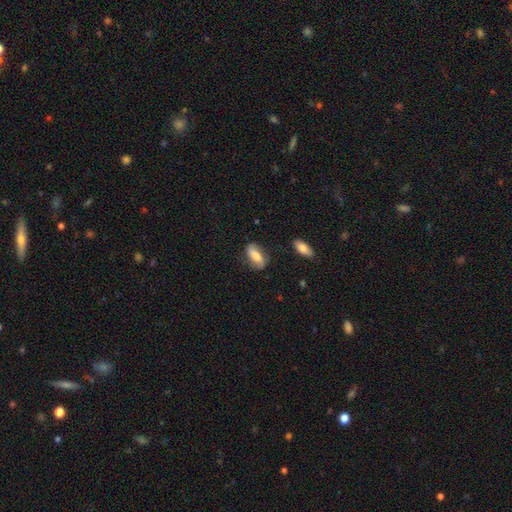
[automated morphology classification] Overall: smooth (67%). How rounded: in between (84%). Merging: none (68%).